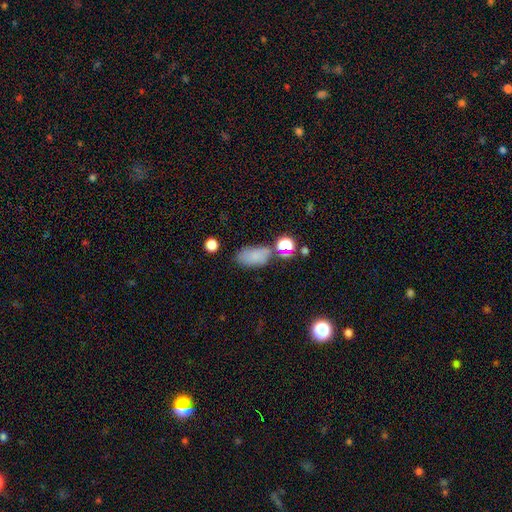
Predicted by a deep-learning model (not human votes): smooth 77%, star or artifact 13%, featured or disk 10%. Down the decision tree: how rounded — in between (90%); merging — none (57%).